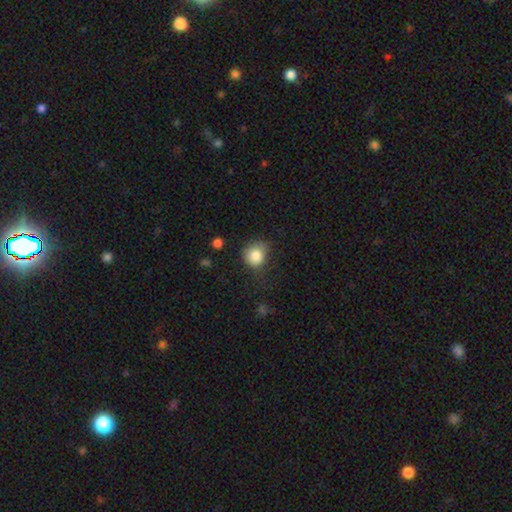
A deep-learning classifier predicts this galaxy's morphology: A smooth galaxy with no disk features (83%) that is round (78%). Merging: none (56%).